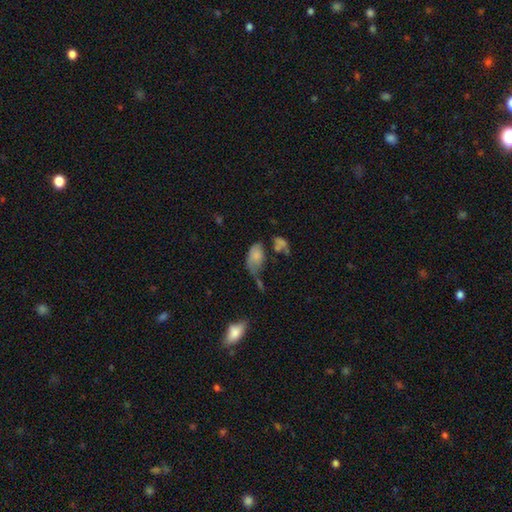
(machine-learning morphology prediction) smooth-or-featured: smooth: 75% | featured or disk: 16% | star or artifact: 10%
  how-rounded: in between: 92% | round: 6% | cigar-shaped: 2%
  merging: none: 30% | minor disturbance: 26% | major disturbance: 23% | merger: 21%